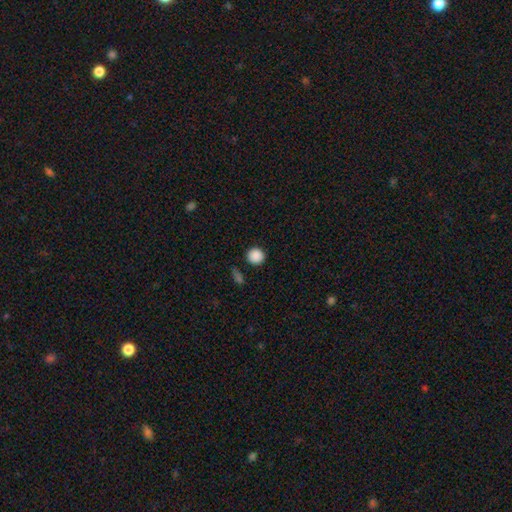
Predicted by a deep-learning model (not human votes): This is clearly a smooth galaxy (88%). How rounded: clearly round (93%). Merging: clearly none (88%).